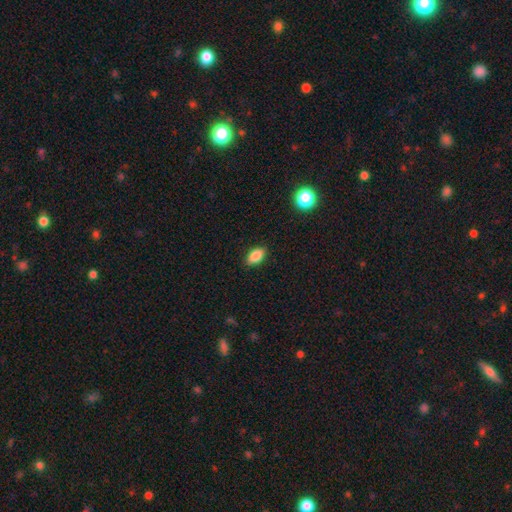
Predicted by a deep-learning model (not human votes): smooth_or_featured: smooth (p=0.87) [alt: star or artifact p=0.08]
how_rounded: in between (p=0.92) [alt: round p=0.05]
merging: none (p=0.89) [alt: minor disturbance p=0.08]